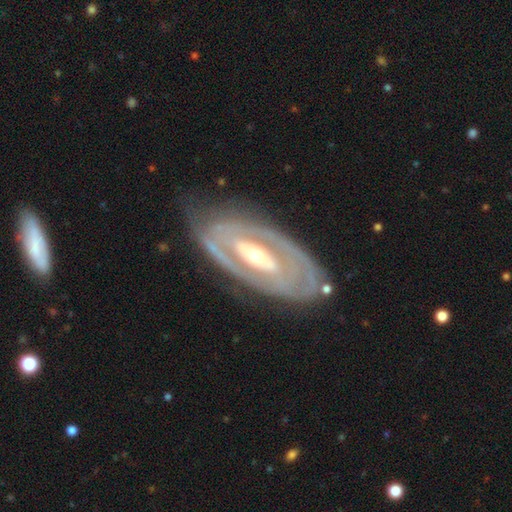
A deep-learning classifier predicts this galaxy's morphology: smooth_or_featured: featured or disk (p=0.83) [alt: smooth p=0.13]
disk_edge_on: no (p=0.91) [alt: yes p=0.09]
bar: no (p=0.38) [alt: strong p=0.34]
has_spiral_arms: yes (p=0.62) [alt: no p=0.38]
bulge_size: moderate (p=0.53) [alt: small p=0.41]
merging: none (p=0.67) [alt: minor disturbance p=0.20]